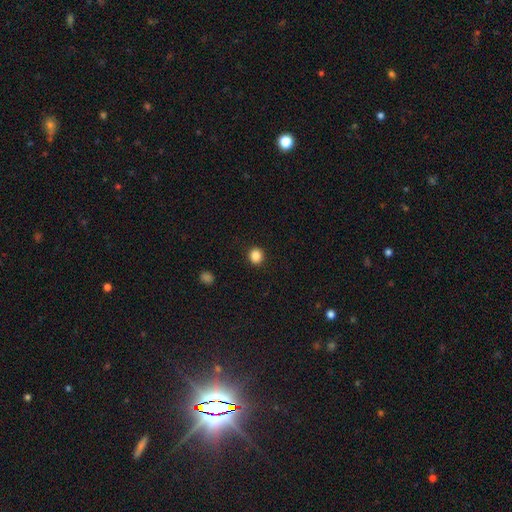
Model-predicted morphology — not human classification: Smooth or featured? smooth (87%)
How rounded? round (85%)
Merging? none (91%)